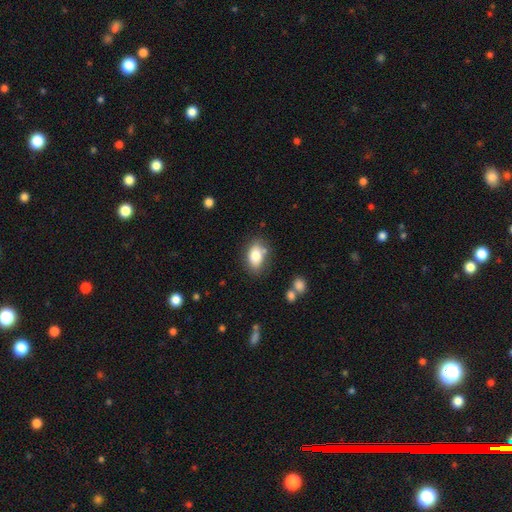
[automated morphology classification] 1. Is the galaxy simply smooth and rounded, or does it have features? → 81% smooth, 11% featured or disk, 8% star or artifact.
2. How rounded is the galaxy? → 86% in between, 12% round, 2% cigar-shaped.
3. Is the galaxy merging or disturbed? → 72% none, 17% minor disturbance, 7% merger, 5% major disturbance.